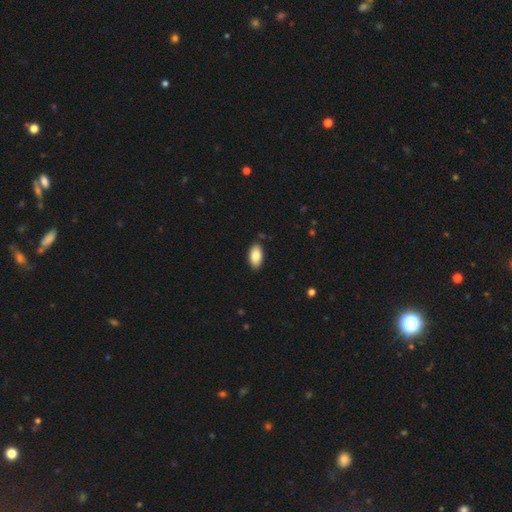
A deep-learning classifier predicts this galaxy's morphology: A smooth galaxy with no disk features (83%) that is in between round and cigar-shaped (94%). Merging: none (88%).